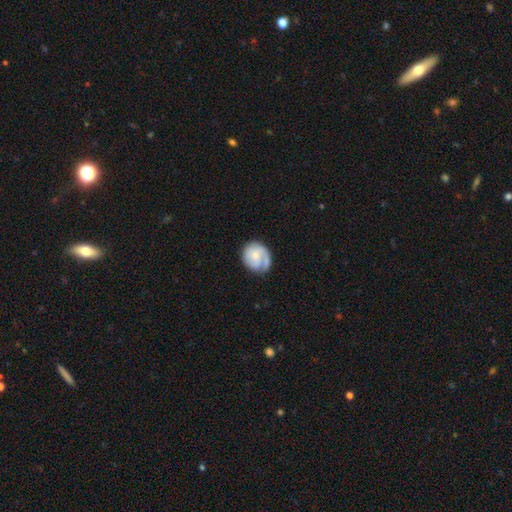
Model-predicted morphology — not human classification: Overall: featured or disk (54%; smooth 40%). Edge-on disk: no (98%). Bar: no (75%). Spiral arms: yes (81%). Bulge size: small (57%; moderate 34%). Merging: none (57%; minor disturbance 27%).